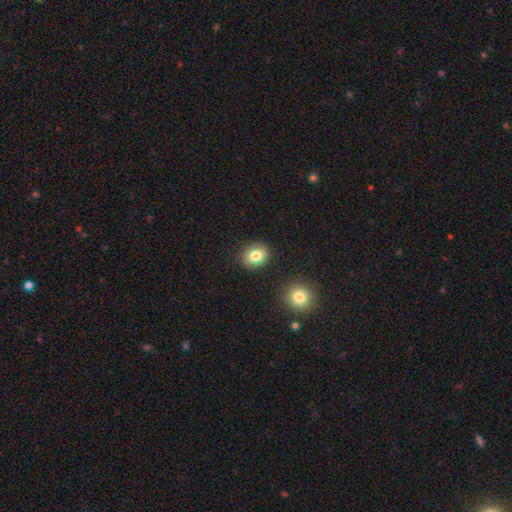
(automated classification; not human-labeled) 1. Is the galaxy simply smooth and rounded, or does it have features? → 82% smooth, 10% star or artifact, 8% featured or disk.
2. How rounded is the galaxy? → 63% round, 36% in between, 1% cigar-shaped.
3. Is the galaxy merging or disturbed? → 87% none, 8% minor disturbance, 3% merger, 2% major disturbance.